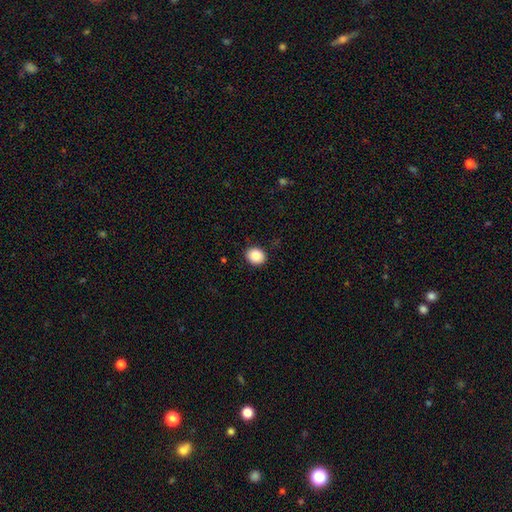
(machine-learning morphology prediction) smooth_or_featured: smooth (p=0.87) [alt: star or artifact p=0.08]
how_rounded: round (p=0.60) [alt: in between p=0.39]
merging: none (p=0.90) [alt: minor disturbance p=0.07]